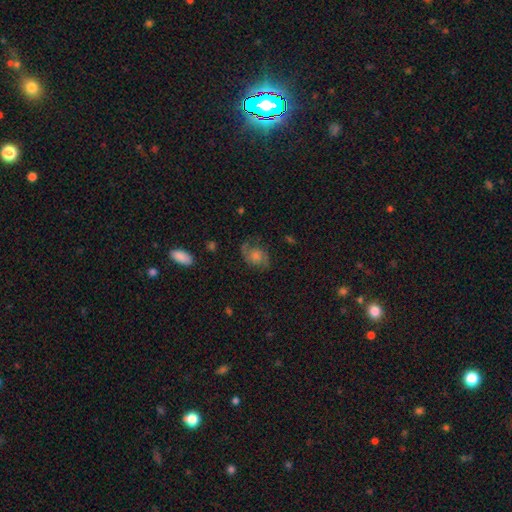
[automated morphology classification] Q: Smooth or featured?
A: featured or disk (73%); runner-up: smooth (15%)
Q: Edge-on disk?
A: no (97%); runner-up: yes (3%)
Q: Bar?
A: no (70%); runner-up: weak (26%)
Q: Spiral arms?
A: yes (95%); runner-up: no (5%)
Q: Spiral winding?
A: medium (51%); runner-up: tight (26%)
Q: Spiral arm count?
A: 2 (88%); runner-up: can't tell (5%)
Q: Bulge size?
A: moderate (46%); runner-up: small (28%)
Q: Merging?
A: none (76%); runner-up: minor disturbance (15%)